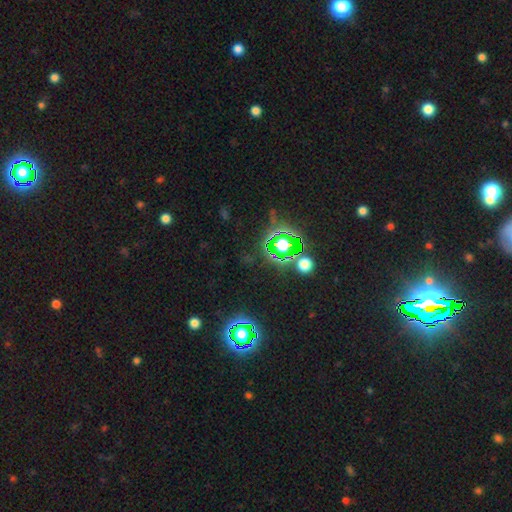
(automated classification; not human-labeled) Smooth or featured? star or artifact (79%)